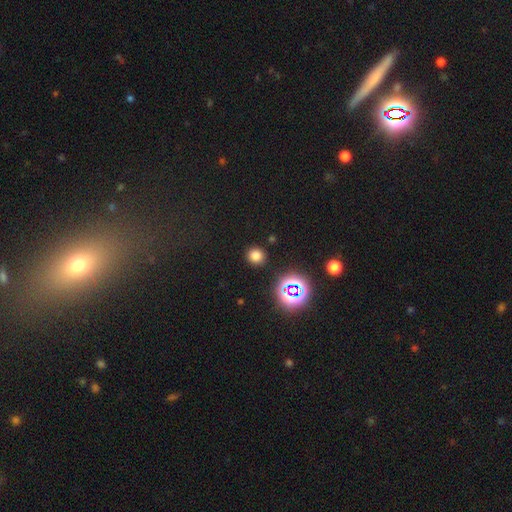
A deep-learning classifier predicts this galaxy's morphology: A smooth galaxy with no disk features (74%) that is round (89%). Merging: none (88%).